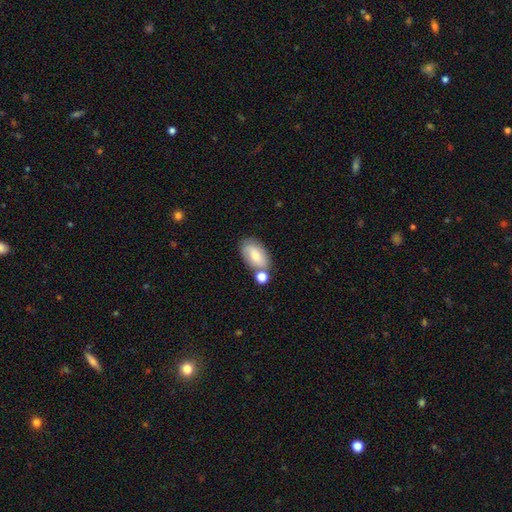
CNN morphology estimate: A smooth galaxy with no disk features (70%) that is in between round and cigar-shaped (91%).

Vote fractions:
- Smooth or featured? smooth: 70% / featured or disk: 22% / star or artifact: 8%
- How rounded? in between: 91% / round: 7% / cigar-shaped: 2%
- Merging? none: 60% / merger: 19% / minor disturbance: 17% / major disturbance: 5%